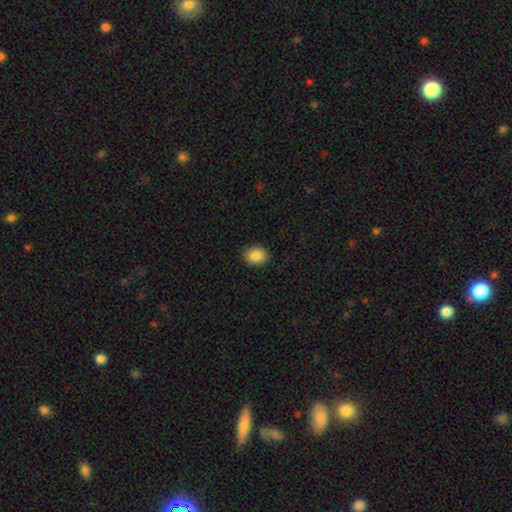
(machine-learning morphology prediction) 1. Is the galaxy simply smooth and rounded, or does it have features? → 87% smooth, 8% star or artifact, 5% featured or disk.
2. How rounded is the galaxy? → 54% in between, 45% round, 1% cigar-shaped.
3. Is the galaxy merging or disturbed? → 90% none, 7% minor disturbance, 2% major disturbance, 1% merger.